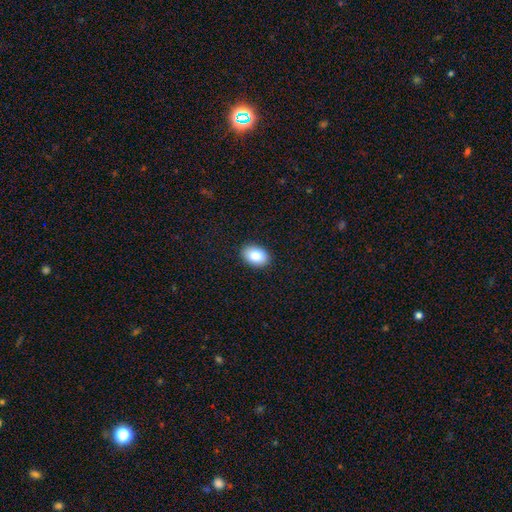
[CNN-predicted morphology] A smooth galaxy with no disk features (85%) that is in between round and cigar-shaped (85%).

Vote fractions:
- Smooth or featured? smooth: 85% / featured or disk: 8% / star or artifact: 7%
- How rounded? in between: 85% / round: 13% / cigar-shaped: 1%
- Merging? none: 90% / minor disturbance: 7% / major disturbance: 2% / merger: 1%